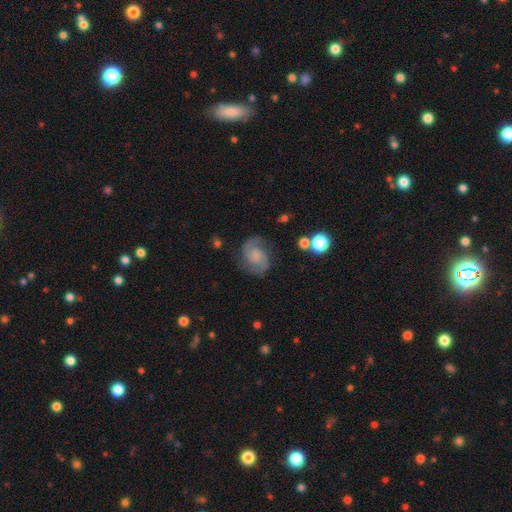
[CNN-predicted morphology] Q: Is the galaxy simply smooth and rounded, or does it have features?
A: featured or disk — 80%.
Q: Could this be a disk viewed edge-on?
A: no — 98%.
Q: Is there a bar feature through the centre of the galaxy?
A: no — 59%.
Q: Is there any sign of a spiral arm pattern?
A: yes — 96%.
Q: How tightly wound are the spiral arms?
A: medium — 55%.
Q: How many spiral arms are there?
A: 2 — 92%.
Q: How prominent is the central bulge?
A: none — 39%.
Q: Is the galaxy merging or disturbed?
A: none — 77%.